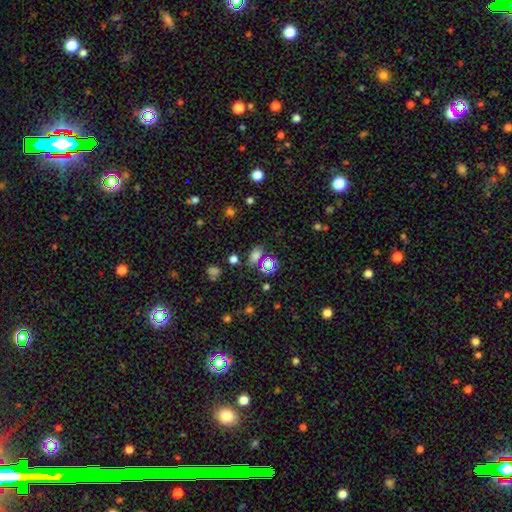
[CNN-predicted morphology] Overall: smooth (63%; star or artifact 31%). How rounded: in between (75%). Merging: none (77%).